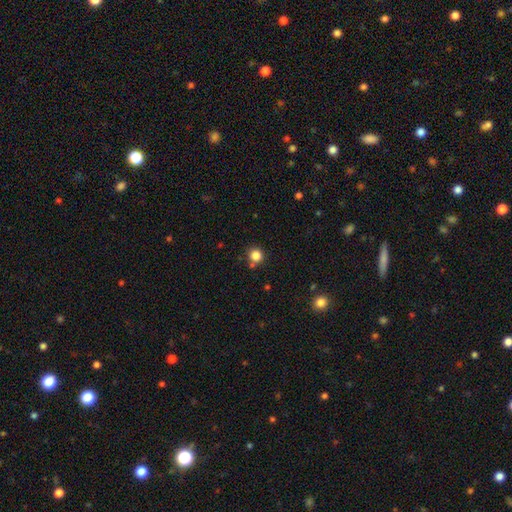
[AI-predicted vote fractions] Smooth or featured: smooth — 83% (star or artifact — 12%)
How rounded: round — 93% (in between — 6%)
Merging: none — 78% (minor disturbance — 10%)